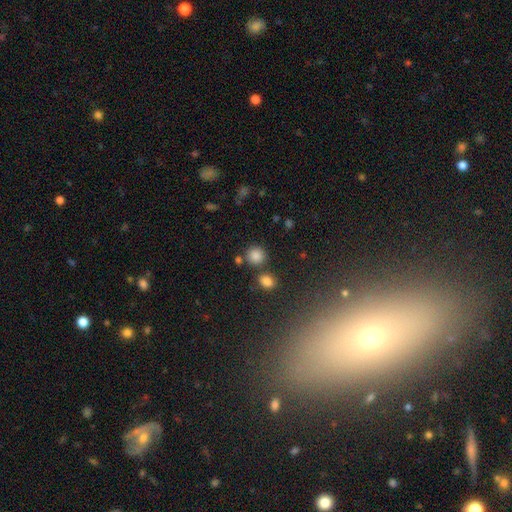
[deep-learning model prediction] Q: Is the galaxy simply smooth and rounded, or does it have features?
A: smooth — 84%.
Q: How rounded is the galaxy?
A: round — 87%.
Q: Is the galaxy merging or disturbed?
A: none — 74%.